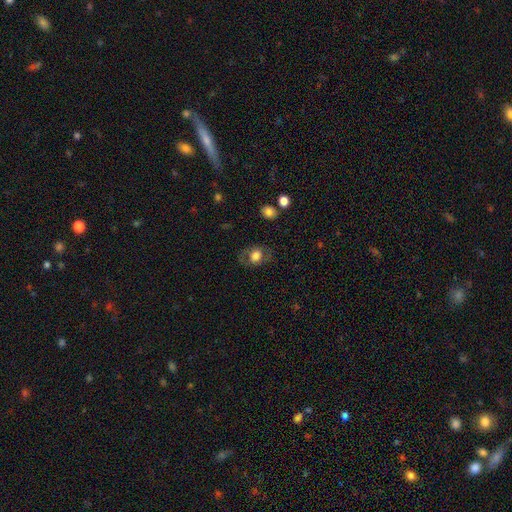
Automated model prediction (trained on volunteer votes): A smooth galaxy with no disk features (62%) that is in between round and cigar-shaped (55%). Merging: none (69%).